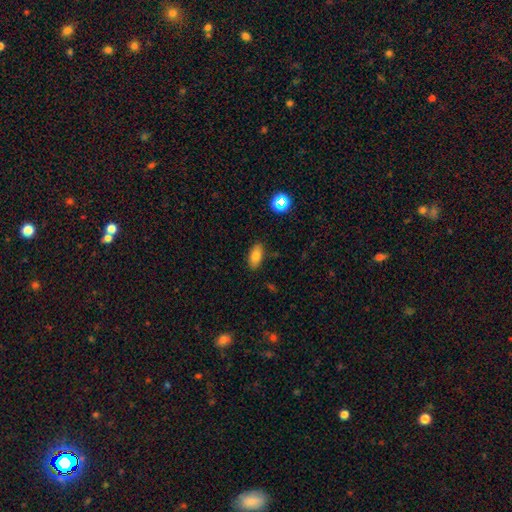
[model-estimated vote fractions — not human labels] smooth 80%, star or artifact 11%, featured or disk 10%. Down the decision tree: how rounded — in between (89%); merging — none (85%).